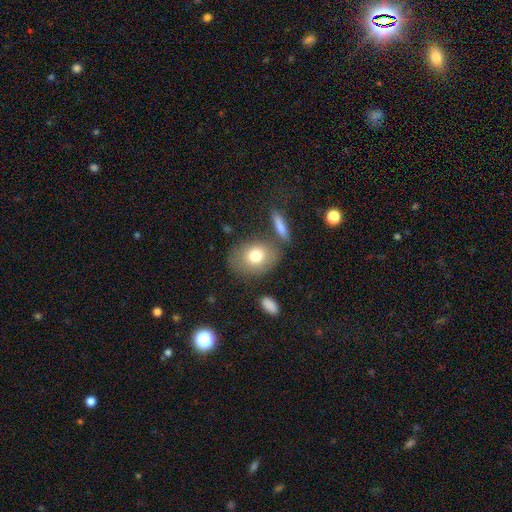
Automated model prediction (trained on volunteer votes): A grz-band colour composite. It shows a smooth galaxy with no disk features (74%) that is in between round and cigar-shaped (65%). Merging: none (67%).